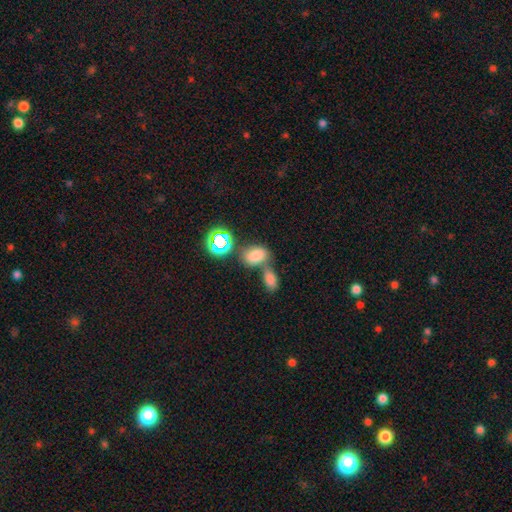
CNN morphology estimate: Overall: smooth (74%). How rounded: in between (84%). Merging: none (42%, tied with merger).